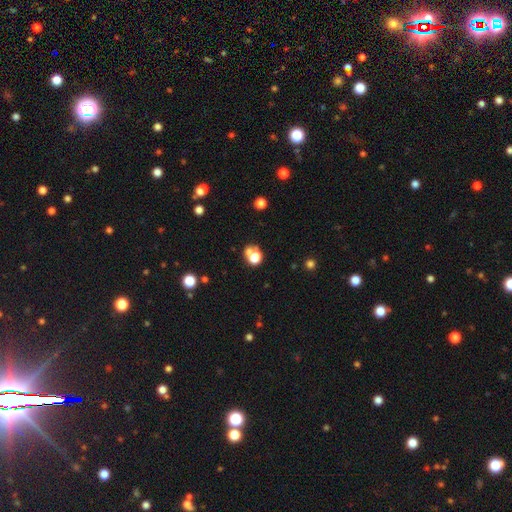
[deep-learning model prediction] Morphology: type=smooth (69%); roundness=round (64%); merging=none (45%).